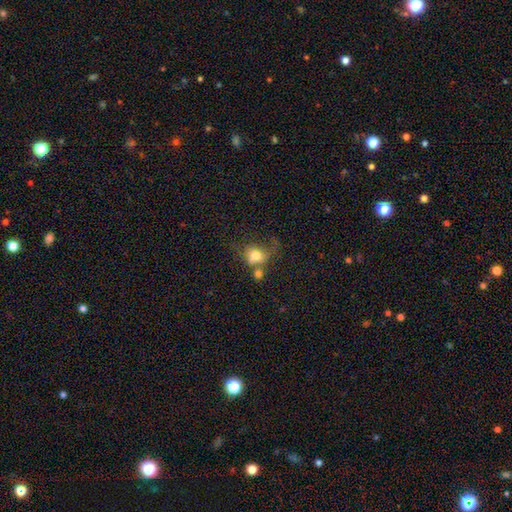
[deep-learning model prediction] smooth_or_featured: smooth (p=0.72) [alt: featured or disk p=0.17]
how_rounded: round (p=0.57) [alt: in between p=0.41]
merging: merger (p=0.38) [alt: none p=0.25]